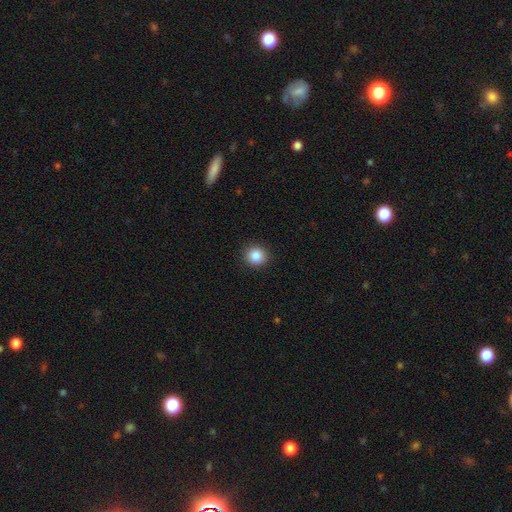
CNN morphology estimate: Smooth or featured? Predicted: smooth (p=0.86). How rounded? Predicted: round (p=0.90). Merging? Predicted: none (p=0.92).